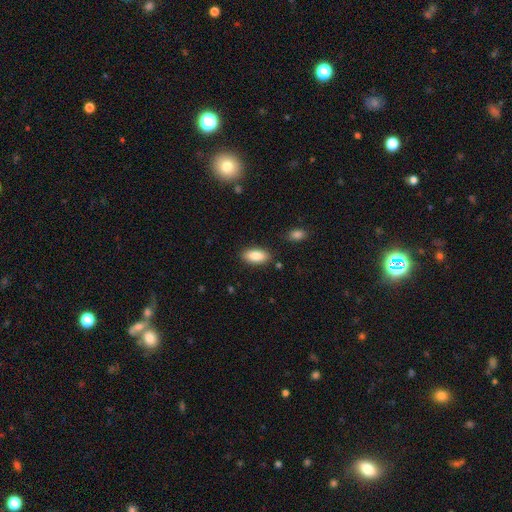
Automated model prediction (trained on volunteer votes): Morphology: type=smooth (86%); roundness=in between (91%); merging=none (85%).